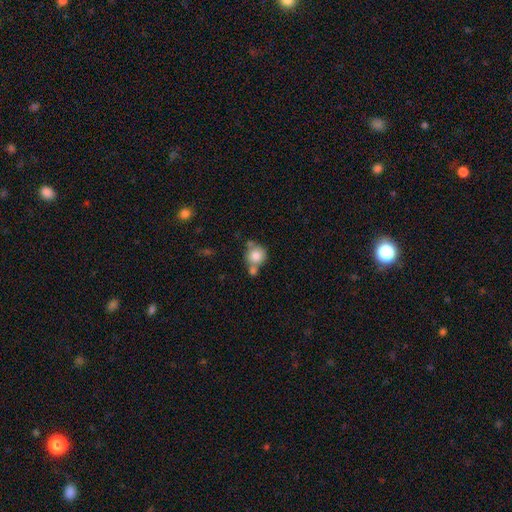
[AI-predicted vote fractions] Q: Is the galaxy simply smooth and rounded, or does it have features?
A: smooth — 79%.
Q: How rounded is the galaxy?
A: round — 87%.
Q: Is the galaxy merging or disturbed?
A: none — 49%.